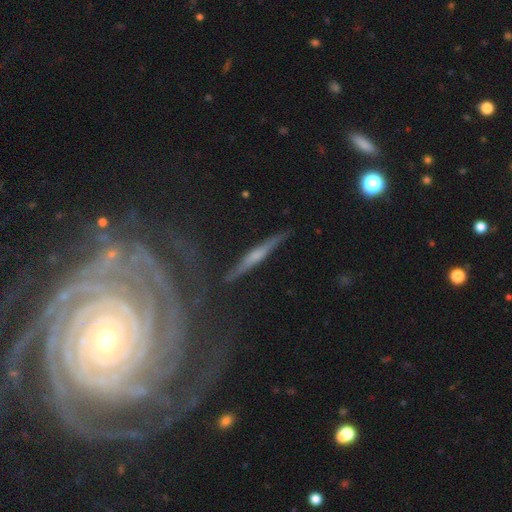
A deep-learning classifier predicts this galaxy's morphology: Smooth or featured?
  - featured or disk: 65% *
  - smooth: 27%
  - star or artifact: 8%
Edge-on disk?
  - yes: 92% *
  - no: 8%
Edge-on bulge?
  - rounded: 46% *
  - none: 42%
  - boxy: 12%
Merging?
  - none: 83% *
  - minor disturbance: 12%
  - major disturbance: 3%
  - merger: 2%